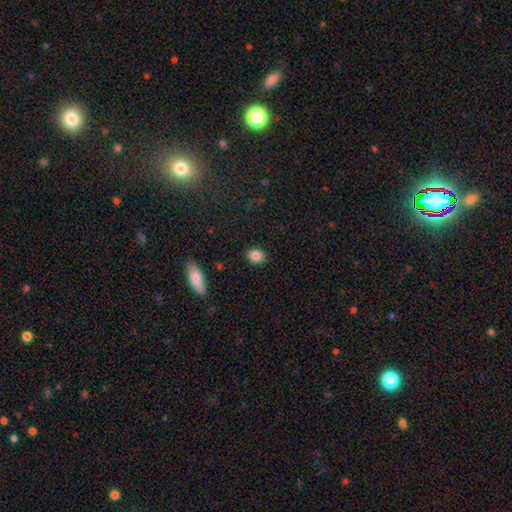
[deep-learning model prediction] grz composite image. It shows a smooth galaxy with no disk features (86%) that is round (56%). Merging: none (89%).